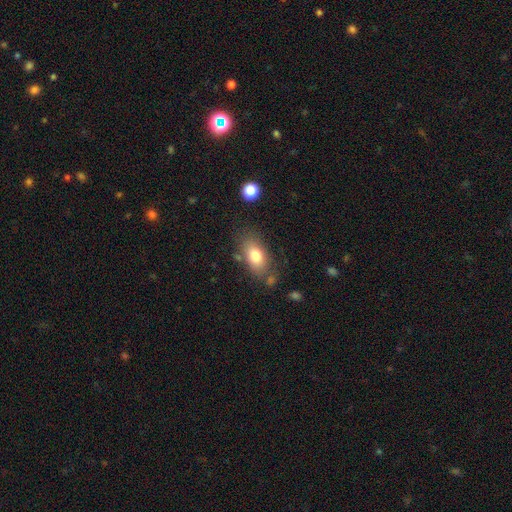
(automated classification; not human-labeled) smooth_or_featured: smooth (p=0.77) [alt: featured or disk p=0.14]
how_rounded: in between (p=0.86) [alt: round p=0.10]
merging: none (p=0.72) [alt: minor disturbance p=0.17]